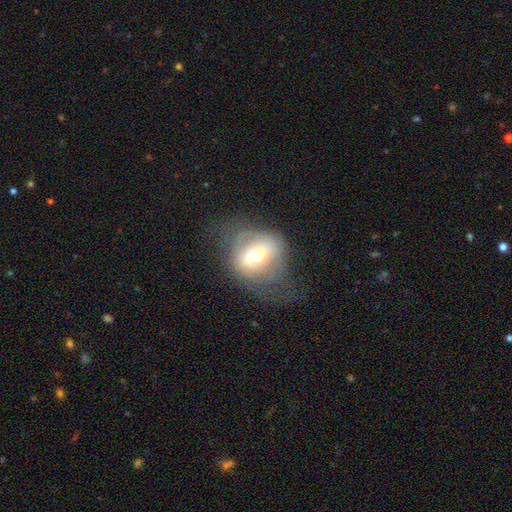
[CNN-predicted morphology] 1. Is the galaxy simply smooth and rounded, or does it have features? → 47% featured or disk, 44% smooth, 10% star or artifact.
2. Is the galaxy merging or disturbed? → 44% none, 30% major disturbance, 24% minor disturbance, 2% merger.